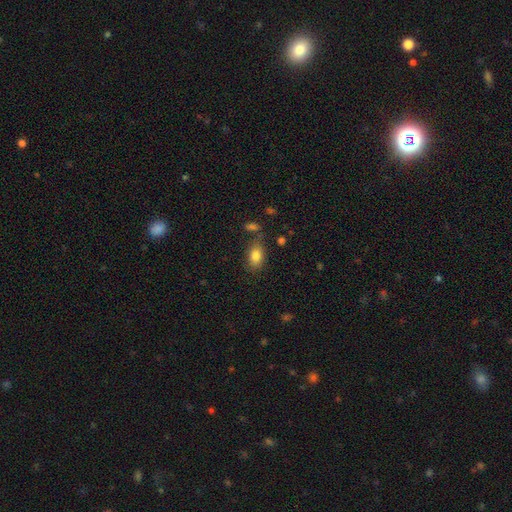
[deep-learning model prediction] A smooth galaxy with no disk features (84%) that is in between round and cigar-shaped (87%). Merging: none (76%).